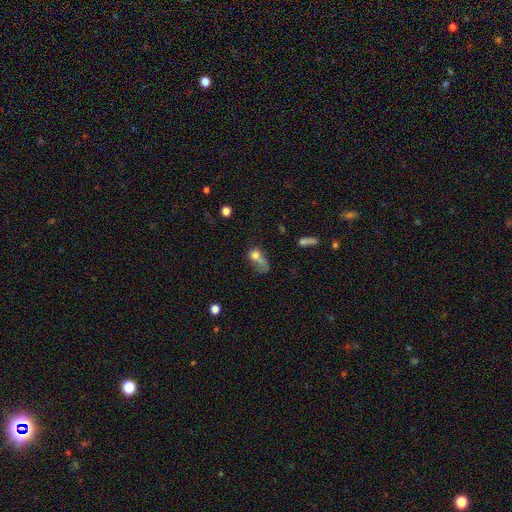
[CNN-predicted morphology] The model was most divided on "how rounded": round: 50%, in between: 46%, cigar-shaped: 4%. Remaining: smooth or featured — smooth (66%); merging — merger (42%).